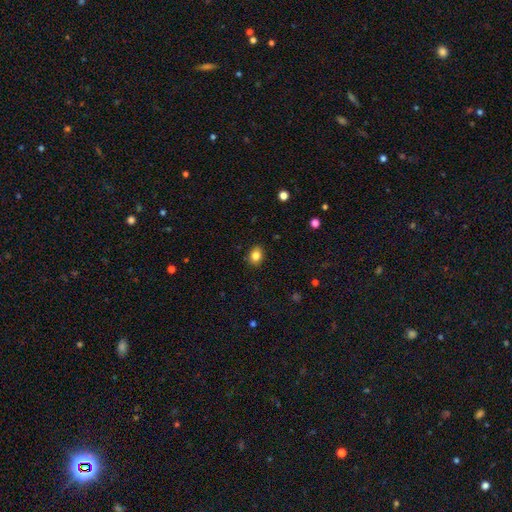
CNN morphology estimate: Q: Smooth or featured?
A: smooth (84%); runner-up: star or artifact (10%)
Q: How rounded?
A: in between (54%); runner-up: round (45%)
Q: Merging?
A: none (88%); runner-up: minor disturbance (9%)